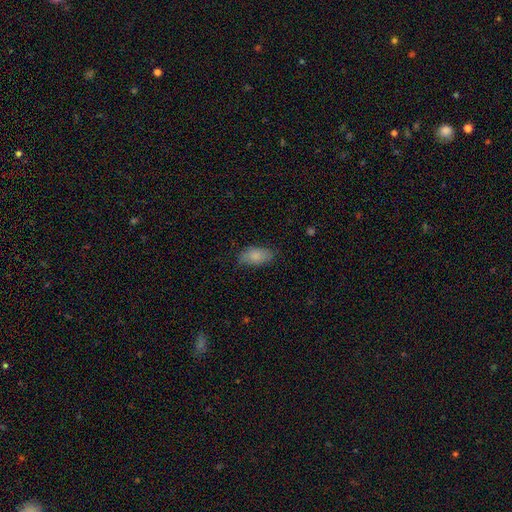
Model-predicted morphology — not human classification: Smooth or featured? smooth (83%)
How rounded? in between (93%)
Merging? none (77%)